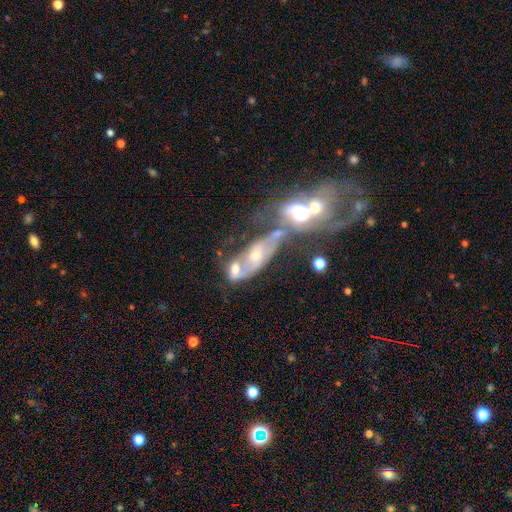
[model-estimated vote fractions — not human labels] Smooth or featured? Predicted: featured or disk (p=0.67). Edge-on disk? Predicted: no (p=0.91). Bar? Predicted: no (p=0.73). Spiral arms? Predicted: yes (p=0.59). Bulge size? Predicted: moderate (p=0.57). Merging? Predicted: merger (p=0.66).